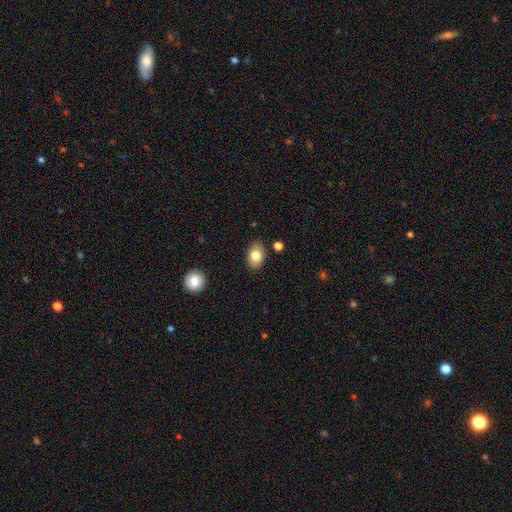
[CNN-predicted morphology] smooth-or-featured: smooth: 81% | featured or disk: 11% | star or artifact: 8%
  how-rounded: in between: 84% | round: 15% | cigar-shaped: 1%
  merging: none: 86% | minor disturbance: 10% | major disturbance: 2% | merger: 2%